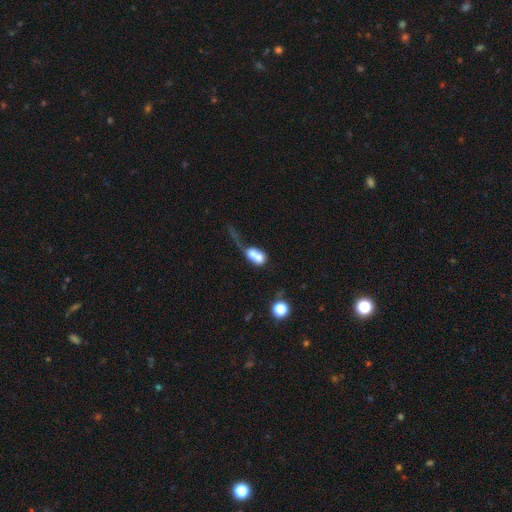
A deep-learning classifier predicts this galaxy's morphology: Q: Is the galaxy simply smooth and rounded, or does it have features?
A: smooth — 62%.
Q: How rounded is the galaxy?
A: in between — 67%.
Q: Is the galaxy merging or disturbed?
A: merger — 62%.